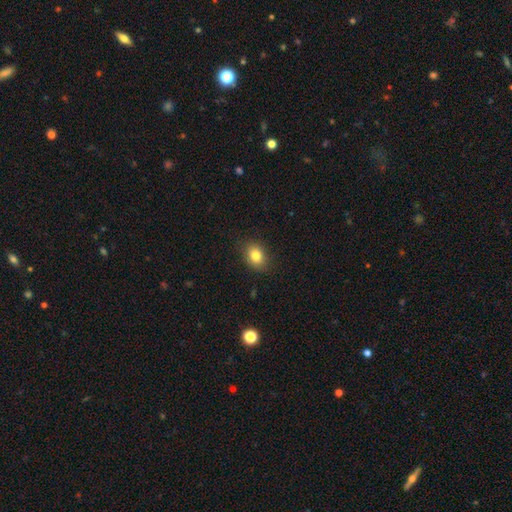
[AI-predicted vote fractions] A smooth galaxy with no disk features (82%) that is in between round and cigar-shaped (64%). Merging: none (86%).